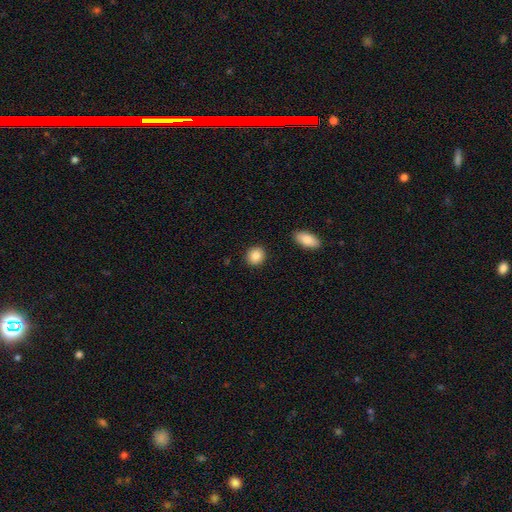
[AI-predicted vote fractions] Overall: smooth (87%). How rounded: round (79%). Merging: none (90%).